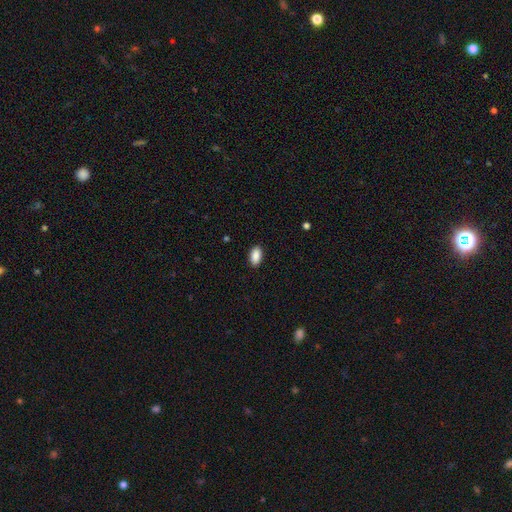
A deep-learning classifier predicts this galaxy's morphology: This is clearly a smooth galaxy (90%). How rounded: clearly in between (93%). Merging: clearly none (89%).